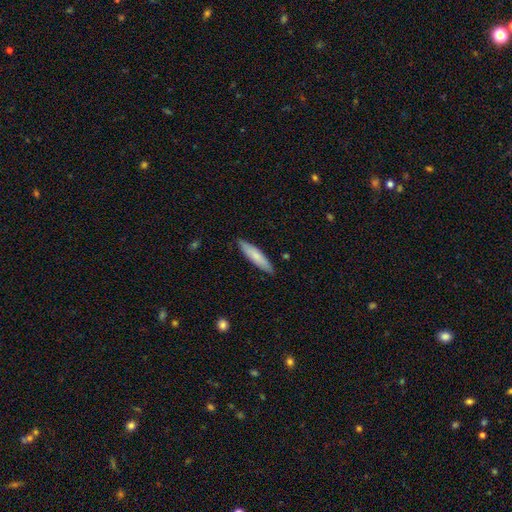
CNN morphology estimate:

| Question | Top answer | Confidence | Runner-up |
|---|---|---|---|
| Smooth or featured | smooth | 75% | featured or disk (19%) |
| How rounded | cigar-shaped | 80% | in between (19%) |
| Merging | none | 88% | minor disturbance (10%) |